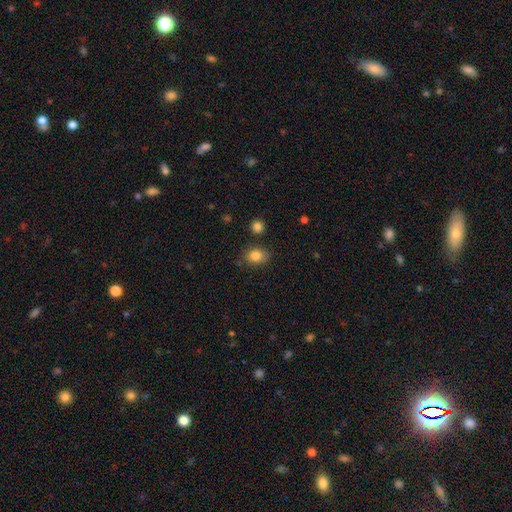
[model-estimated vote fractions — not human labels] Smooth or featured? Predicted: smooth (p=0.84). How rounded? Predicted: in between (p=0.63). Merging? Predicted: none (p=0.77).